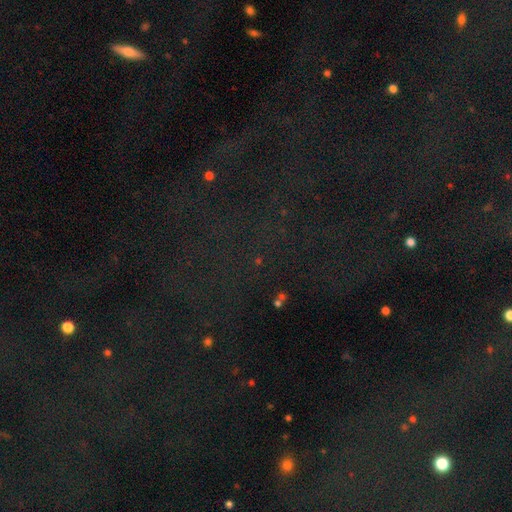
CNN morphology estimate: This is likely a star or artifact rather than a galaxy (75%).